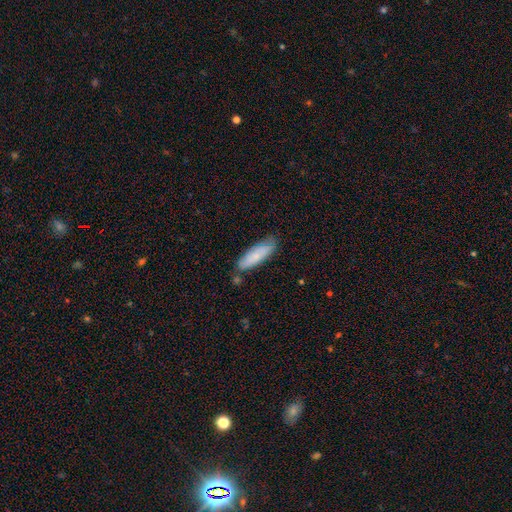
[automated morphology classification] smooth-or-featured: smooth: 75% | featured or disk: 18% | star or artifact: 6%
  how-rounded: cigar-shaped: 53% | in between: 46% | round: 2%
  merging: none: 71% | minor disturbance: 20% | merger: 5% | major disturbance: 4%